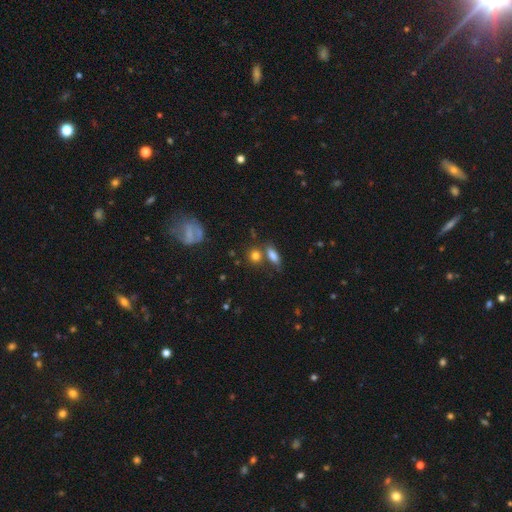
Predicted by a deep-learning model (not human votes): Morphology: type=smooth (79%); roundness=round (55%); merging=none (61%).